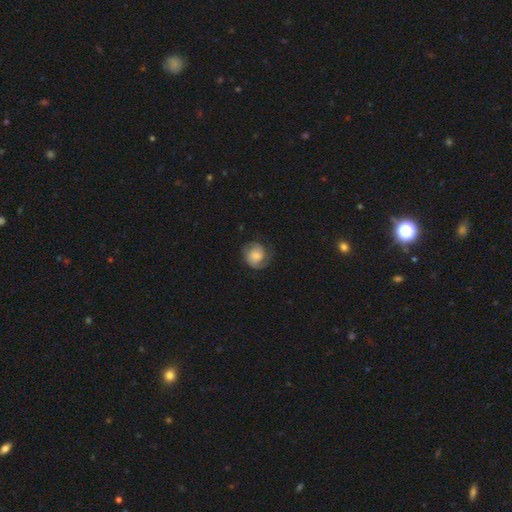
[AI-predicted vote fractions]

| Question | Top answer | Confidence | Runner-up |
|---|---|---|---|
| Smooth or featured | smooth | 49% | featured or disk (43%) |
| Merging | none | 67% | minor disturbance (21%) |